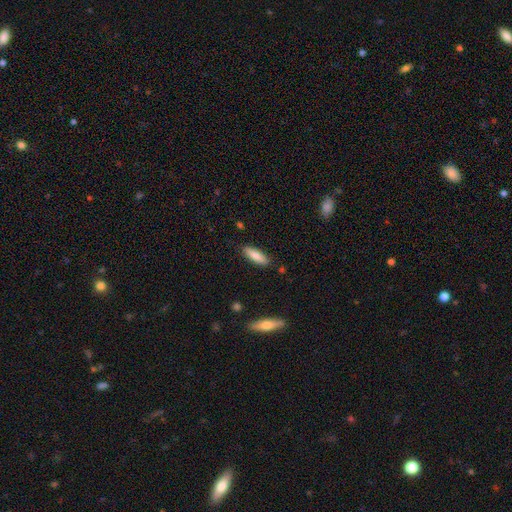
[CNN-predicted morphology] type=smooth (81%); roundness=in between (49%, tied with cigar-shaped); merging=none (86%).